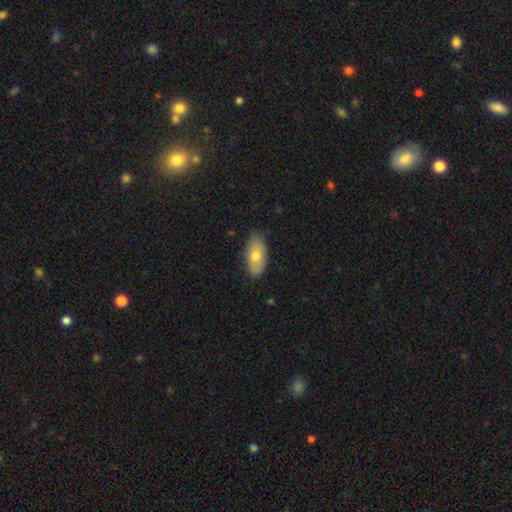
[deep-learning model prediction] A smooth galaxy with no disk features (69%) that is in between round and cigar-shaped (92%).

Vote fractions:
- Smooth or featured? smooth: 69% / featured or disk: 25% / star or artifact: 6%
- How rounded? in between: 92% / cigar-shaped: 4% / round: 4%
- Merging? none: 76% / minor disturbance: 20% / major disturbance: 3% / merger: 1%